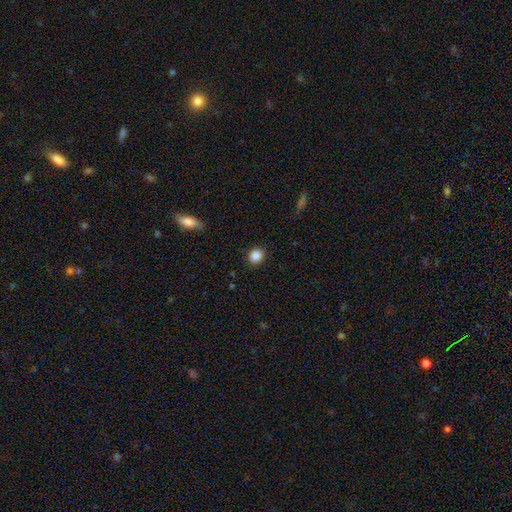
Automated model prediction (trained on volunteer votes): Smooth or featured: smooth — 86% (star or artifact — 10%)
How rounded: round — 76% (in between — 23%)
Merging: none — 90% (minor disturbance — 7%)